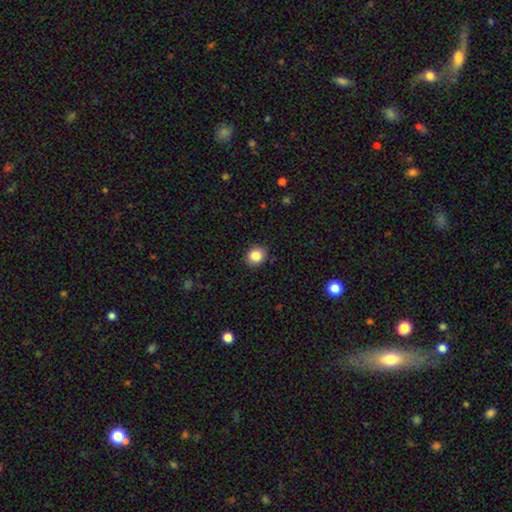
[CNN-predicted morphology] smooth 85%, star or artifact 10%, featured or disk 5%. Down the decision tree: how rounded — round (77%); merging — none (89%).